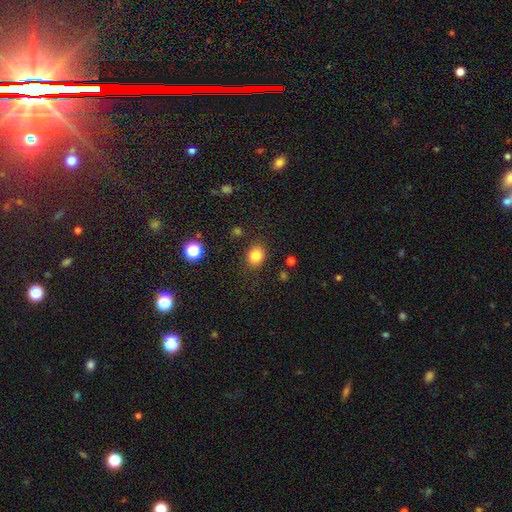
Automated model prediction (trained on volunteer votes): A smooth galaxy with no disk features (84%) that is round (59%).

Vote fractions:
- Smooth or featured? smooth: 84% / star or artifact: 11% / featured or disk: 5%
- How rounded? round: 59% / in between: 40% / cigar-shaped: 1%
- Merging? none: 83% / minor disturbance: 11% / major disturbance: 4% / merger: 2%